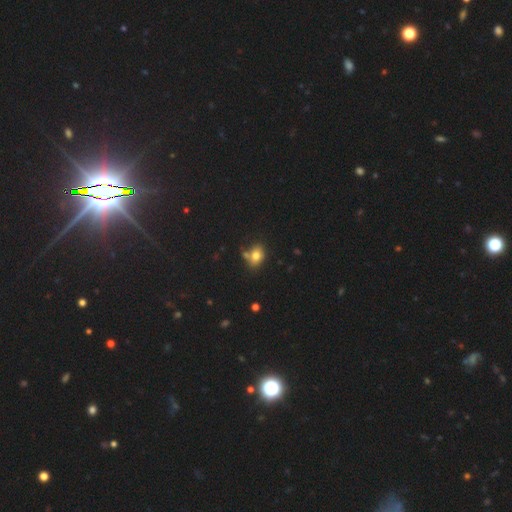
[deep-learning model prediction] The model was most divided on "how rounded": in between: 65%, round: 33%, cigar-shaped: 1%. More confident: smooth or featured — smooth (78%); merging — none (58%).